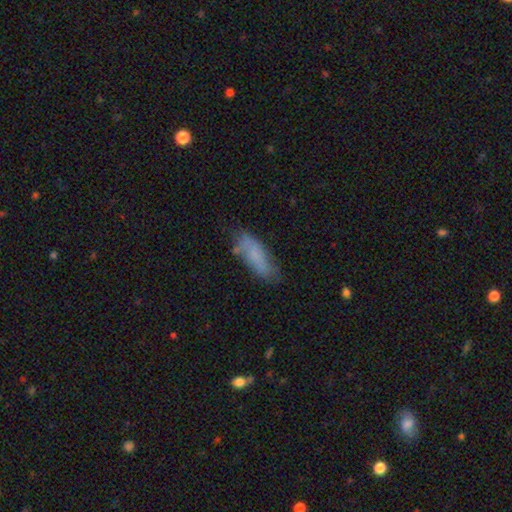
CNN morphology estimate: A smooth galaxy with no disk features (73%) that is in between round and cigar-shaped (60%). Merging: none (63%).